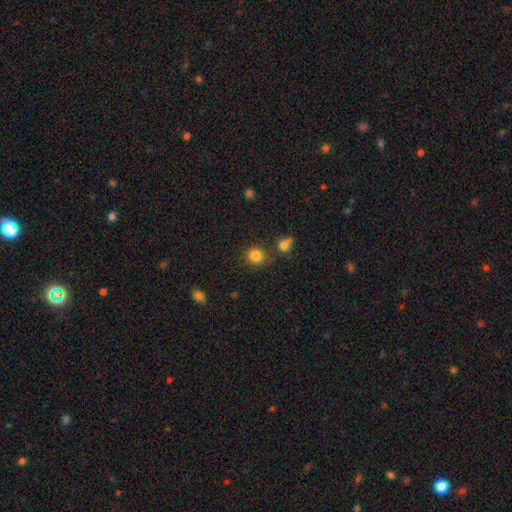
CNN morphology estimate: Smooth or featured? smooth (84%)
How rounded? round (88%)
Merging? none (78%)